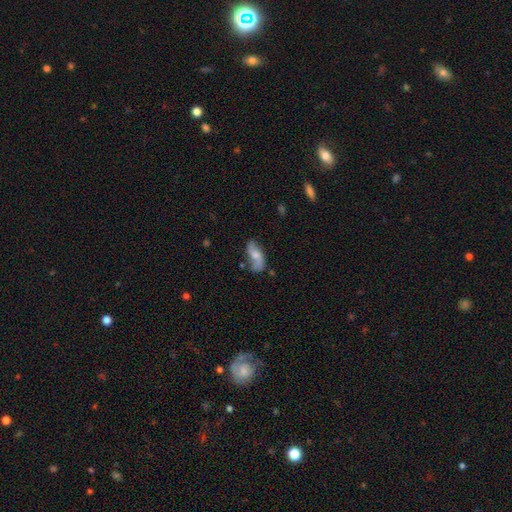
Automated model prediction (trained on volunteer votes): Smooth or featured? Predicted: featured or disk (p=0.58). Edge-on disk? Predicted: no (p=0.92). Bar? Predicted: no (p=0.63). Spiral arms? Predicted: yes (p=0.88). Bulge size? Predicted: moderate (p=0.52). Merging? Predicted: none (p=0.63).